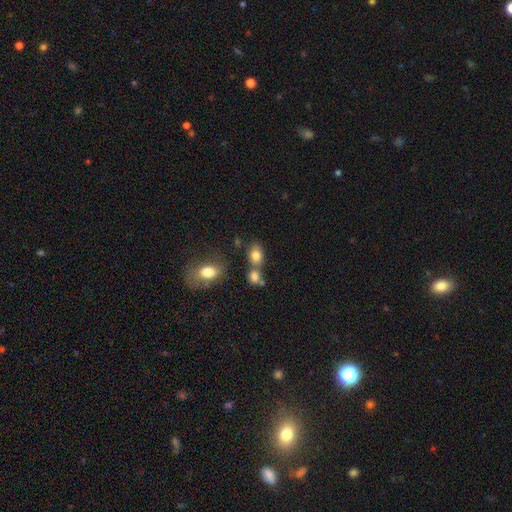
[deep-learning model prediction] Smooth or featured: smooth — 80% (star or artifact — 11%)
How rounded: in between — 68% (round — 30%)
Merging: none — 53% (merger — 29%)